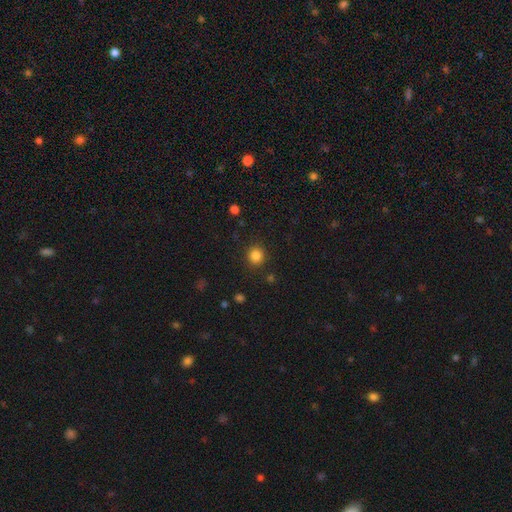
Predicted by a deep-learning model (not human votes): Smooth or featured: smooth — 84% (star or artifact — 12%)
How rounded: round — 89% (in between — 10%)
Merging: none — 88% (minor disturbance — 7%)